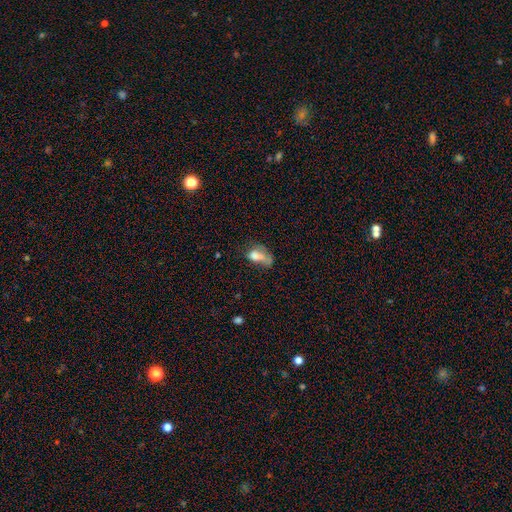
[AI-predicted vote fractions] smooth 65%, featured or disk 22%, star or artifact 12%. Down the decision tree: how rounded — in between (84%); merging — major disturbance (40%).